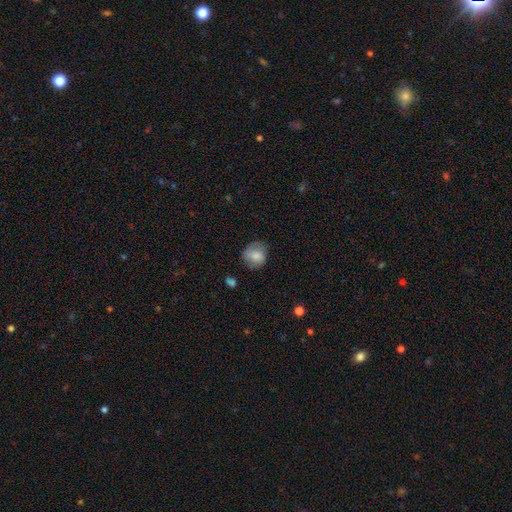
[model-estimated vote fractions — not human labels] This is likely a smooth galaxy (74%). How rounded: likely round (71%). Merging: likely none (62%).